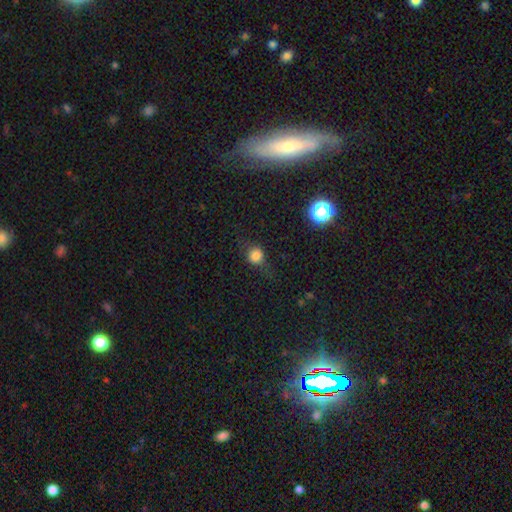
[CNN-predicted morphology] Smooth or featured? Predicted: smooth (p=0.73). How rounded? Predicted: round (p=0.83). Merging? Predicted: none (p=0.69).